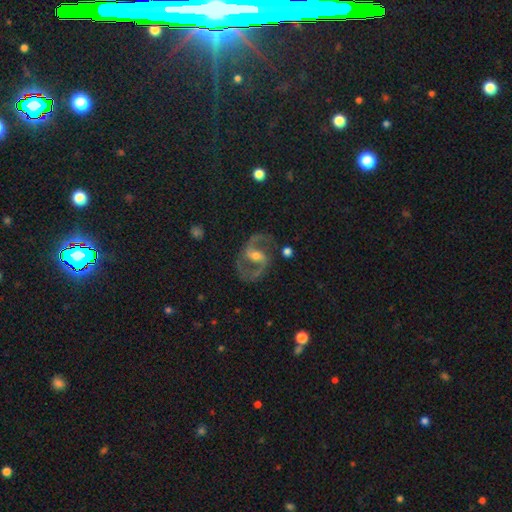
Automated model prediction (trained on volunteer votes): Smooth or featured: featured or disk — 89% (smooth — 6%)
Edge-on disk: no — 97% (yes — 3%)
Bar: weak — 45% (strong — 36%)
Spiral arms: yes — 96% (no — 4%)
Spiral winding: medium — 60% (loose — 29%)
Spiral arm count: 2 — 93% (can't tell — 2%)
Bulge size: moderate — 57% (small — 35%)
Merging: none — 76% (minor disturbance — 13%)